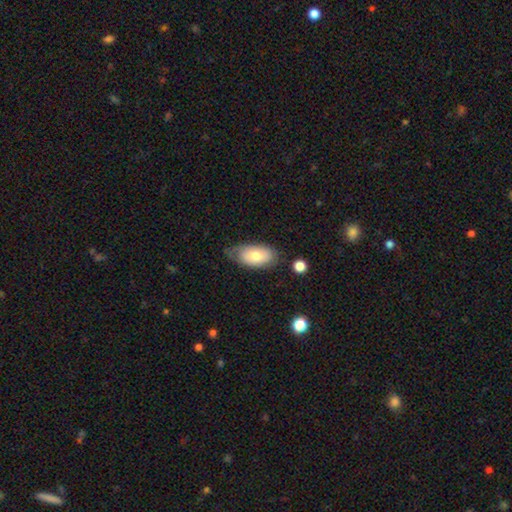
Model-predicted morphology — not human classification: Smooth or featured: smooth — 68% (featured or disk — 25%)
How rounded: in between — 93% (round — 4%)
Merging: none — 59% (minor disturbance — 30%)